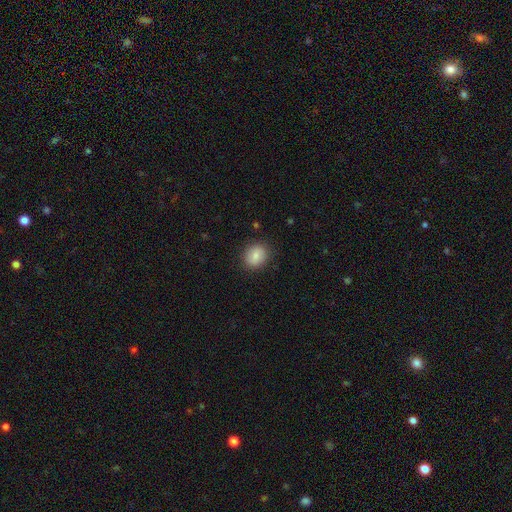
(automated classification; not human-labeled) Morphology: type=smooth (83%); roundness=round (61%); merging=none (86%).